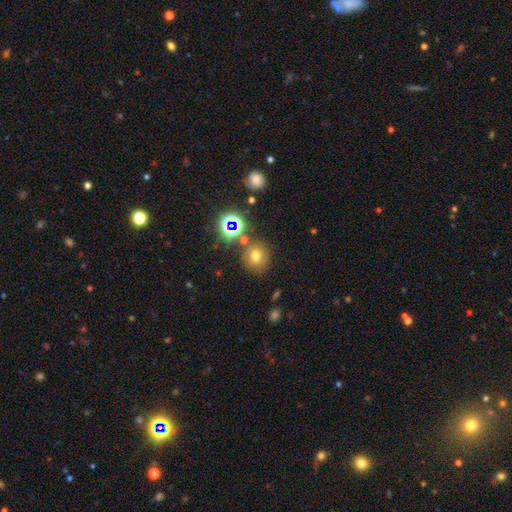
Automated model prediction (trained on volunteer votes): Morphology: type=smooth (64%); roundness=round (84%); merging=none (76%).